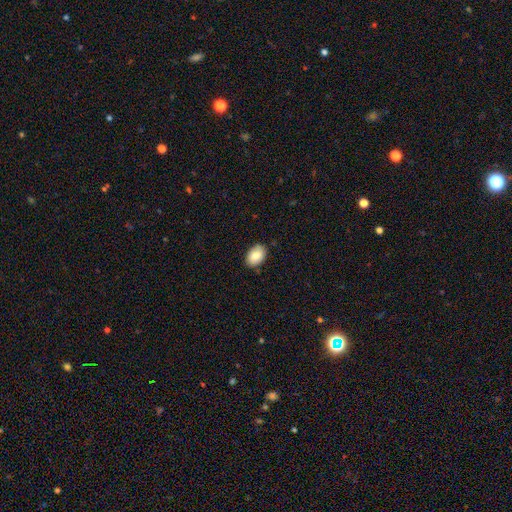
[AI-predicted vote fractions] smooth-or-featured: smooth: 84% | featured or disk: 9% | star or artifact: 7%
  how-rounded: in between: 85% | round: 14% | cigar-shaped: 1%
  merging: none: 87% | minor disturbance: 10% | major disturbance: 2% | merger: 1%